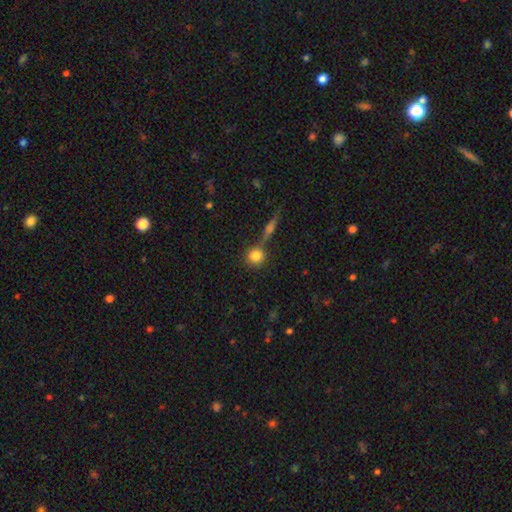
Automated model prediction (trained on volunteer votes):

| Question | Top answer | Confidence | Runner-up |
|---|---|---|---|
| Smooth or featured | smooth | 81% | star or artifact (10%) |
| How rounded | round | 89% | in between (9%) |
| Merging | none | 69% | merger (17%) |